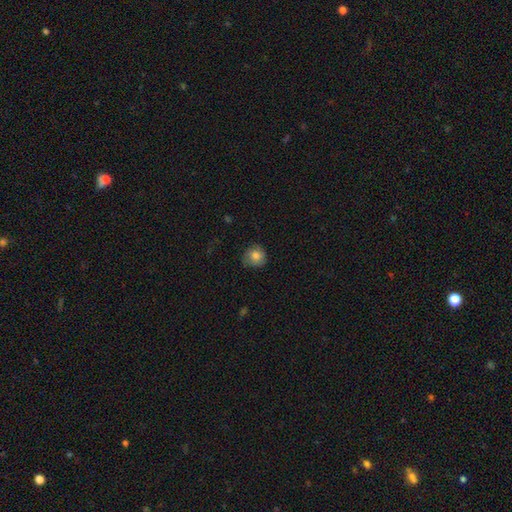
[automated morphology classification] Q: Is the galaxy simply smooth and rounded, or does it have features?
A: smooth — 81%.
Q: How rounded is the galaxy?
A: round — 90%.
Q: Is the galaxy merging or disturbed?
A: none — 77%.